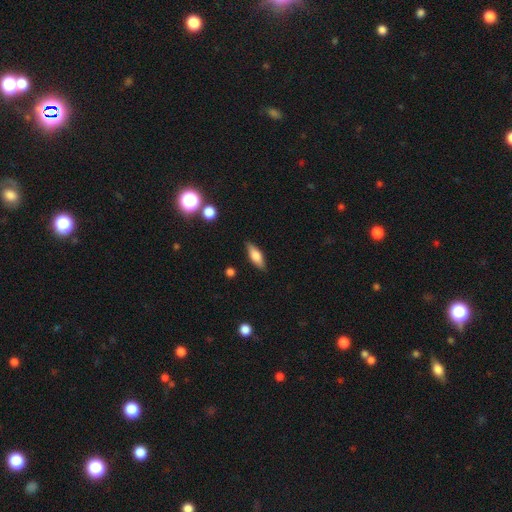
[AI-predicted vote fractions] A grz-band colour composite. It shows a smooth galaxy with no disk features (65%) that is in between round and cigar-shaped (62%). Merging: none (85%).